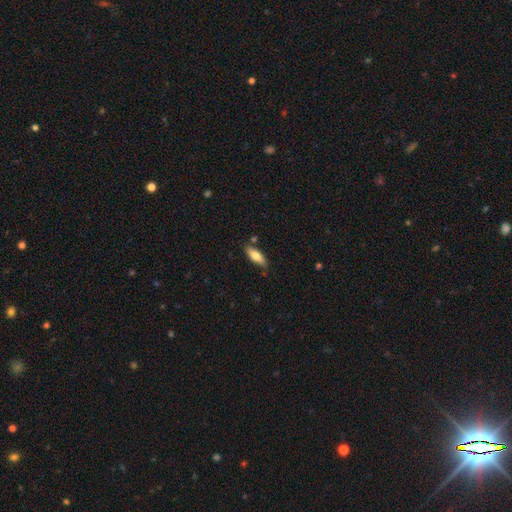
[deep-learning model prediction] This appears to be a smooth galaxy with no disk features (72%) that is in between round and cigar-shaped (60%). Merging: none (80%).